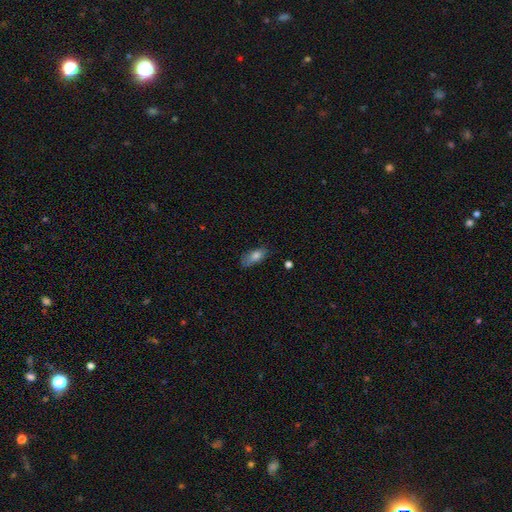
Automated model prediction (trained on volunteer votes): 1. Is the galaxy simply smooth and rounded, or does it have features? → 77% smooth, 14% featured or disk, 9% star or artifact.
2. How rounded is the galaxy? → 81% in between, 15% cigar-shaped, 4% round.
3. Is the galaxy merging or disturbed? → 66% none, 25% minor disturbance, 7% major disturbance, 2% merger.